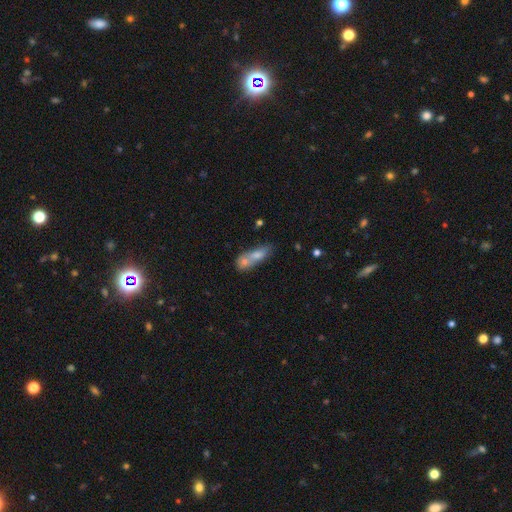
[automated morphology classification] A smooth galaxy with no disk features (69%) that is in between round and cigar-shaped (61%). Merging: merger (65%).